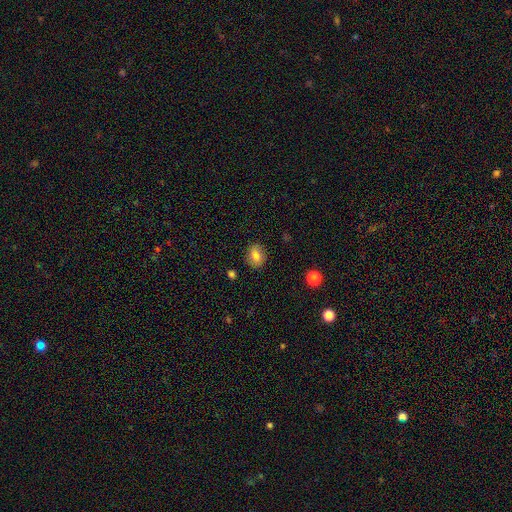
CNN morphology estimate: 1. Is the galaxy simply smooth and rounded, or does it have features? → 77% smooth, 13% featured or disk, 10% star or artifact.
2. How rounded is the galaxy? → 50% in between, 48% round, 1% cigar-shaped.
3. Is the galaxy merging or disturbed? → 86% none, 10% minor disturbance, 3% major disturbance, 1% merger.